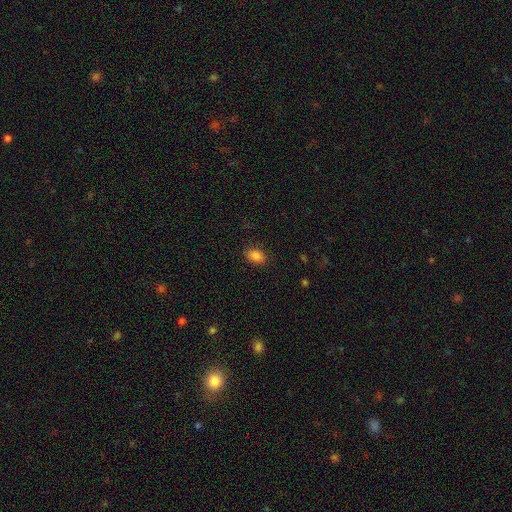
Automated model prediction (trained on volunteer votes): A smooth galaxy with no disk features (86%) that is in between round and cigar-shaped (84%).

Vote fractions:
- Smooth or featured? smooth: 86% / star or artifact: 10% / featured or disk: 4%
- How rounded? in between: 84% / round: 15% / cigar-shaped: 1%
- Merging? none: 86% / minor disturbance: 10% / major disturbance: 3% / merger: 1%